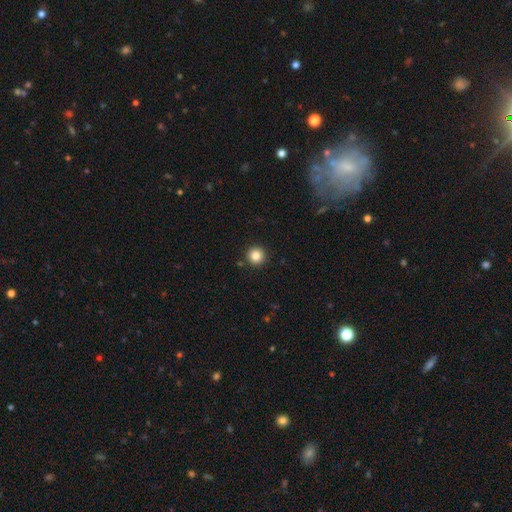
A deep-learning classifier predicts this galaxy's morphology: Q: Smooth or featured?
A: smooth (84%); runner-up: star or artifact (10%)
Q: How rounded?
A: round (96%); runner-up: in between (3%)
Q: Merging?
A: none (92%); runner-up: minor disturbance (5%)